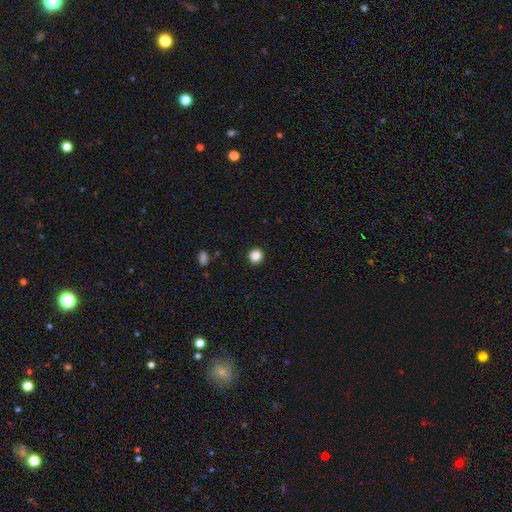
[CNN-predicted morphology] Smooth or featured? Predicted: smooth (p=0.84). How rounded? Predicted: round (p=0.94). Merging? Predicted: none (p=0.93).